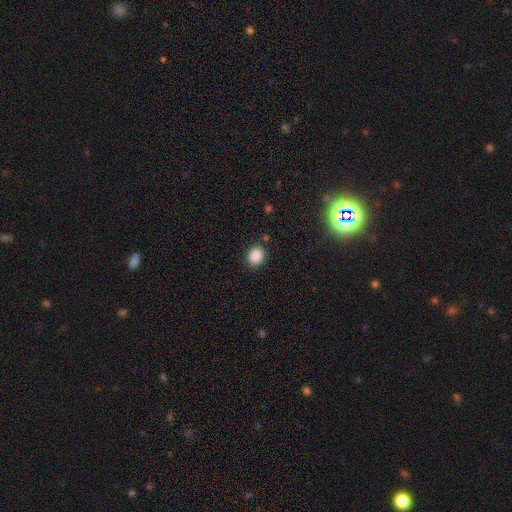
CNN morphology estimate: smooth_or_featured: smooth (p=0.87) [alt: star or artifact p=0.09]
how_rounded: round (p=0.57) [alt: in between p=0.42]
merging: none (p=0.84) [alt: minor disturbance p=0.10]